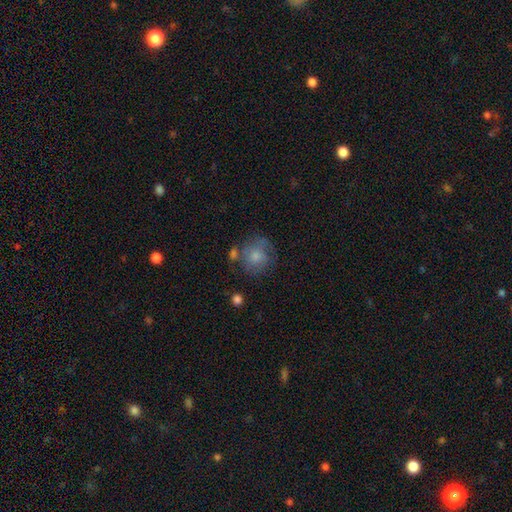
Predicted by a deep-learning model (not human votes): The model was most divided on "merging": none: 56%, minor disturbance: 23%, major disturbance: 13%, merger: 9%. More confident: how rounded — round (85%); smooth or featured — smooth (68%).